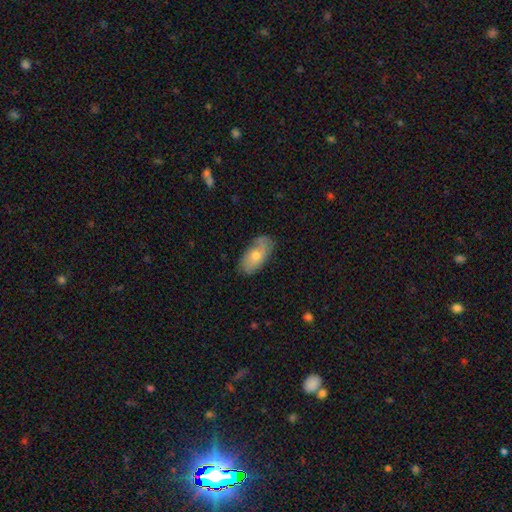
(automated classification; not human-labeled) Q: Smooth or featured?
A: smooth (64%); runner-up: featured or disk (29%)
Q: How rounded?
A: in between (90%); runner-up: cigar-shaped (7%)
Q: Merging?
A: none (76%); runner-up: minor disturbance (19%)